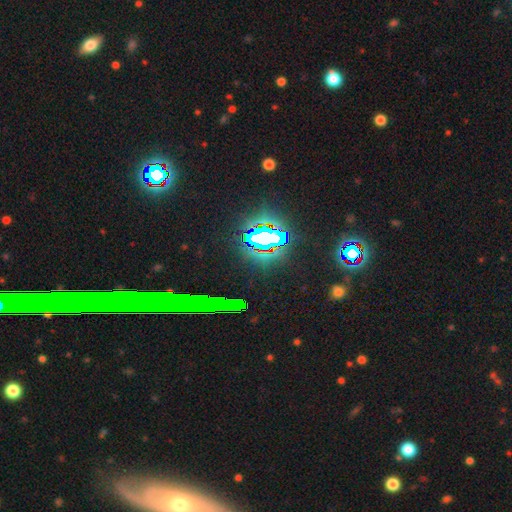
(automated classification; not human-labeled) Smooth or featured? Predicted: star or artifact (p=0.75).